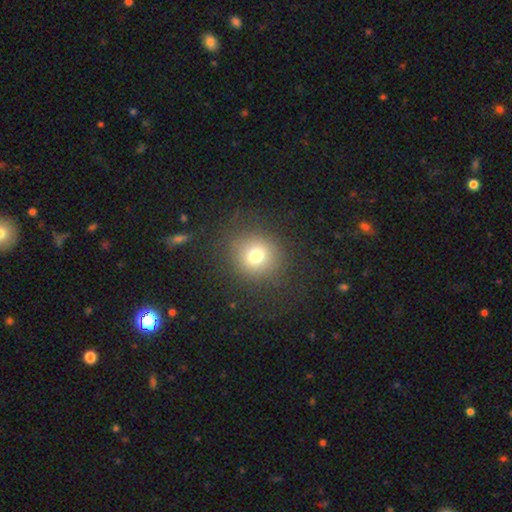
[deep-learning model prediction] Smooth or featured? smooth (72%)
How rounded? round (87%)
Merging? none (83%)